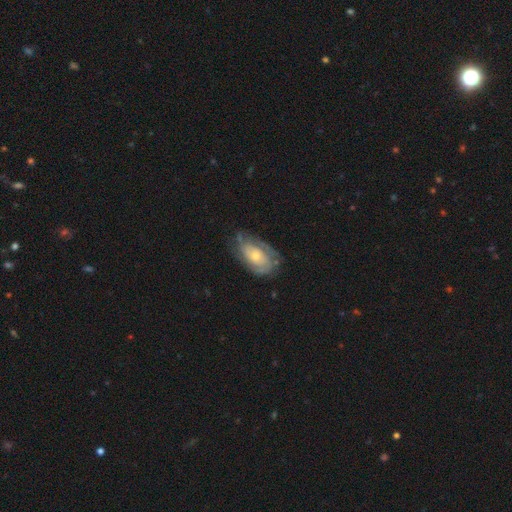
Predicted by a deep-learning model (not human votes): Smooth or featured: featured or disk — 73% (smooth — 22%)
Edge-on disk: no — 95% (yes — 5%)
Bar: no — 78% (weak — 18%)
Spiral arms: yes — 82% (no — 18%)
Spiral winding: tight — 63% (medium — 27%)
Spiral arm count: can't tell — 48% (2 — 28%)
Bulge size: moderate — 47% (small — 46%)
Merging: none — 62% (minor disturbance — 25%)